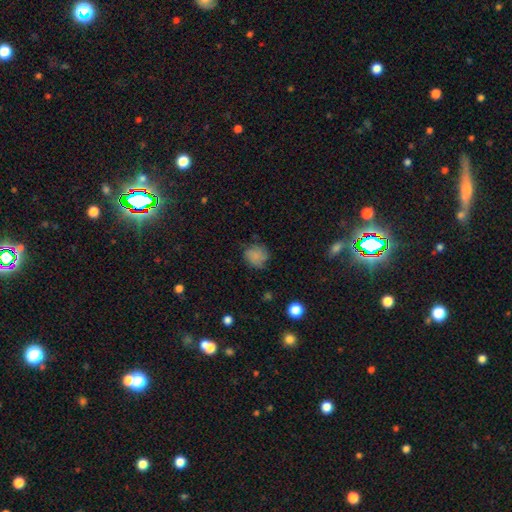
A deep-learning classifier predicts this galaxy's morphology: This is likely a smooth galaxy (78%). How rounded: likely round (79%). Merging: likely none (68%).